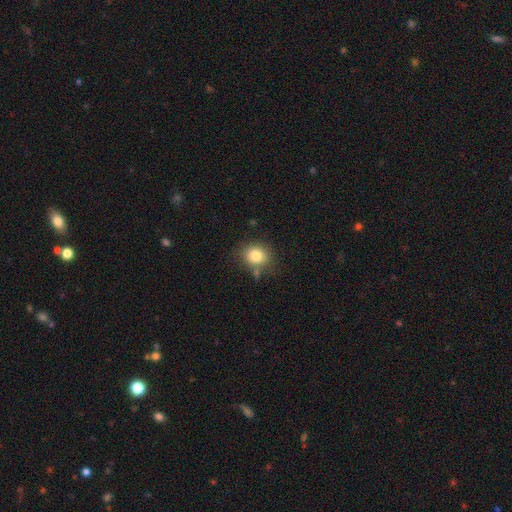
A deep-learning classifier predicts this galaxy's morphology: Smooth or featured? Predicted: smooth (p=0.82). How rounded? Predicted: round (p=0.68). Merging? Predicted: none (p=0.73).